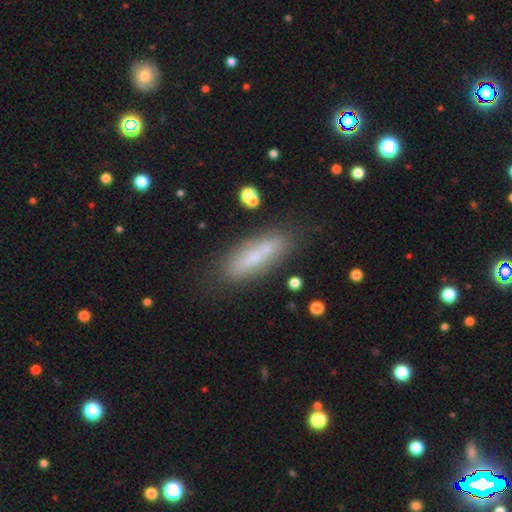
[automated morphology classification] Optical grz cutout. It shows a smooth galaxy with no disk features (57%) that is cigar-shaped (64%). Merging: none (74%).